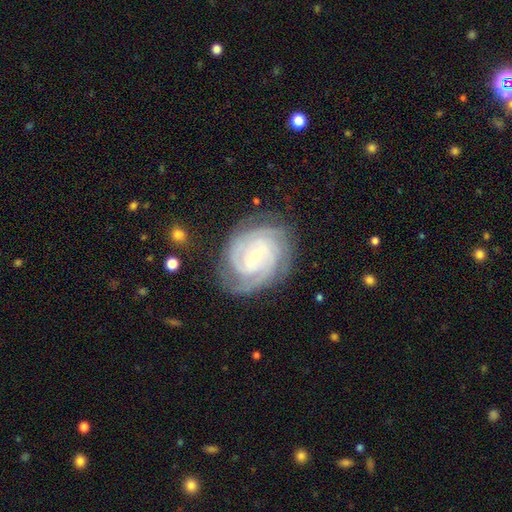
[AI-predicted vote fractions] Morphology: type=featured or disk (90%); edge-on=no (97%); bar=weak (44%); spiral arms=yes (98%); winding=tight (77%); arm count=3 (32%); bulge=small (56%); merging=none (79%).